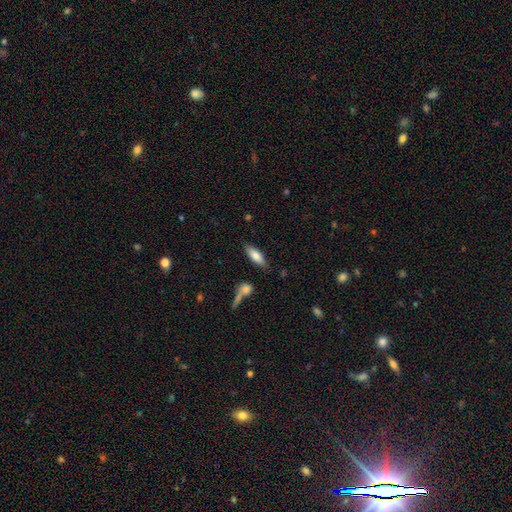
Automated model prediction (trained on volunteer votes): smooth-or-featured: smooth: 75% | featured or disk: 18% | star or artifact: 6%
  how-rounded: in between: 61% | cigar-shaped: 37% | round: 2%
  merging: none: 77% | minor disturbance: 14% | merger: 6% | major disturbance: 4%